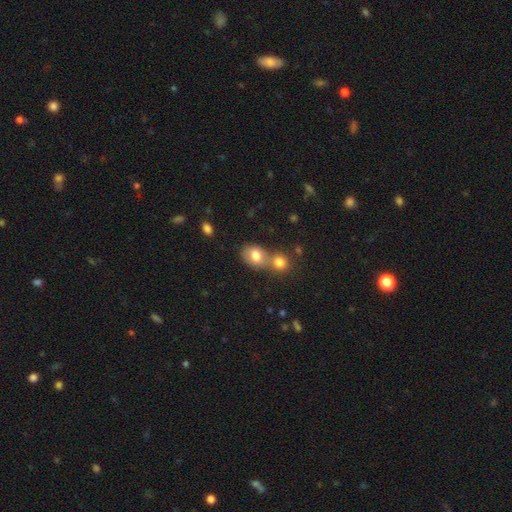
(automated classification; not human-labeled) The model was most divided on "merging": merger: 52%, none: 34%, minor disturbance: 9%, major disturbance: 4%. More confident: smooth or featured — smooth (78%); how rounded — in between (62%).